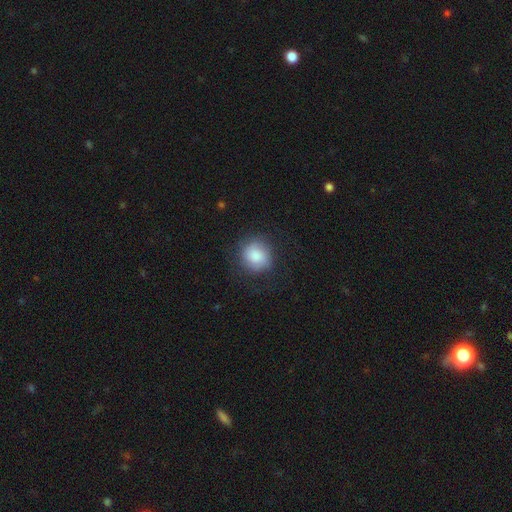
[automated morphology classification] Smooth or featured: smooth — 82% (featured or disk — 10%)
How rounded: round — 85% (in between — 14%)
Merging: none — 74% (minor disturbance — 17%)